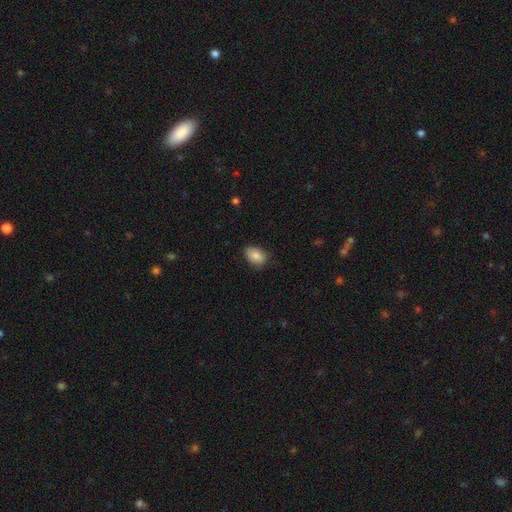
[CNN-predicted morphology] type=smooth (83%); roundness=in between (79%); merging=none (77%).